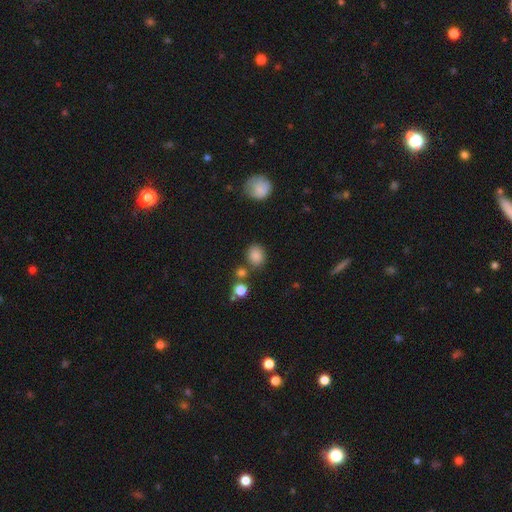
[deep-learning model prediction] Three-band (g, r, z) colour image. It shows a smooth galaxy with no disk features (84%) that is round (63%). Merging: none (75%).